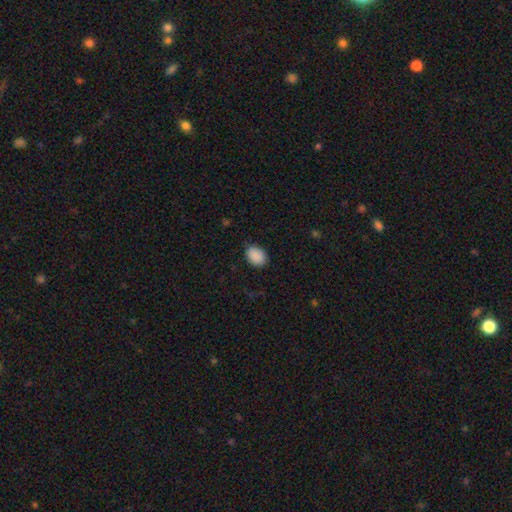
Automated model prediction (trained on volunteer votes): Smooth or featured: smooth — 90% (star or artifact — 7%)
How rounded: in between — 74% (round — 25%)
Merging: none — 84% (minor disturbance — 12%)